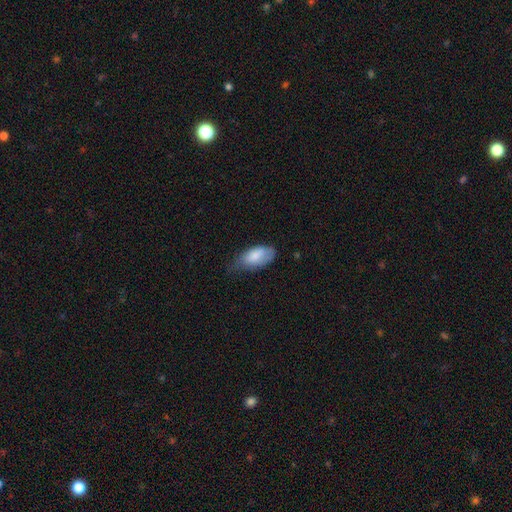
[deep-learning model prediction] Overall: smooth (80%). How rounded: in between (93%). Merging: minor disturbance (46%; none 38%).